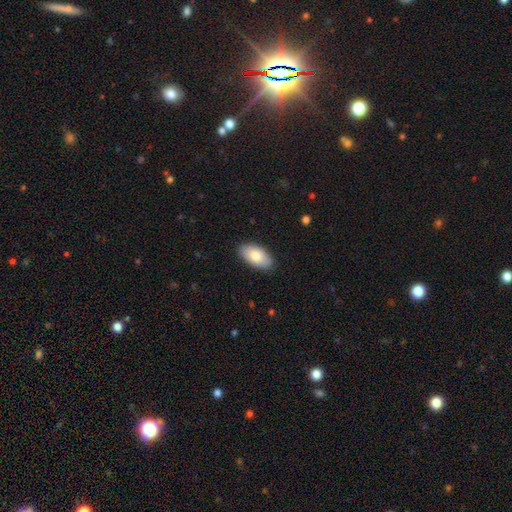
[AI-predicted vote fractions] Smooth or featured? Predicted: smooth (p=0.80). How rounded? Predicted: in between (p=0.95). Merging? Predicted: none (p=0.87).